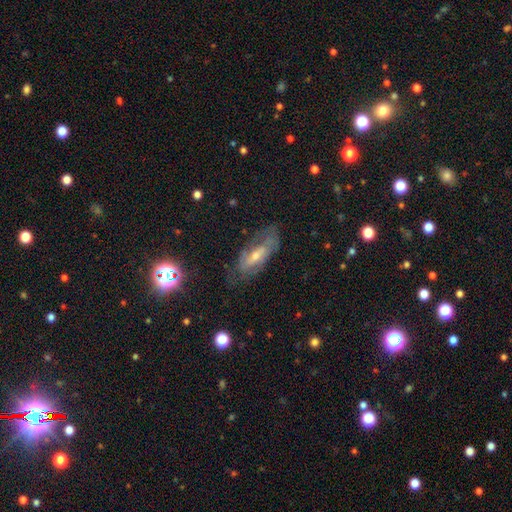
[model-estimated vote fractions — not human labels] Q: Smooth or featured?
A: featured or disk (62%); runner-up: smooth (27%)
Q: Edge-on disk?
A: no (80%); runner-up: yes (20%)
Q: Merging?
A: none (62%); runner-up: minor disturbance (23%)